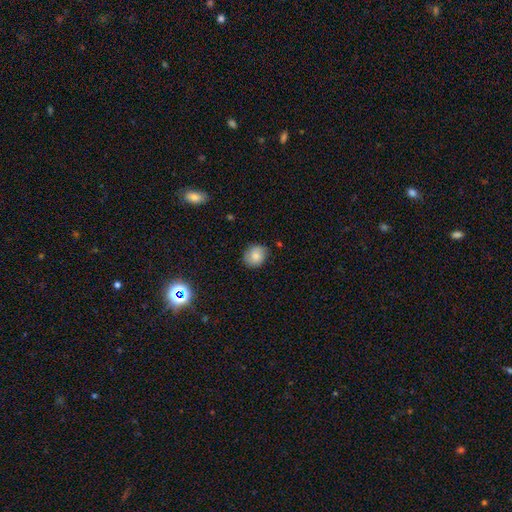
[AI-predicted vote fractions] A smooth galaxy with no disk features (81%) that is round (68%). Merging: none (79%).